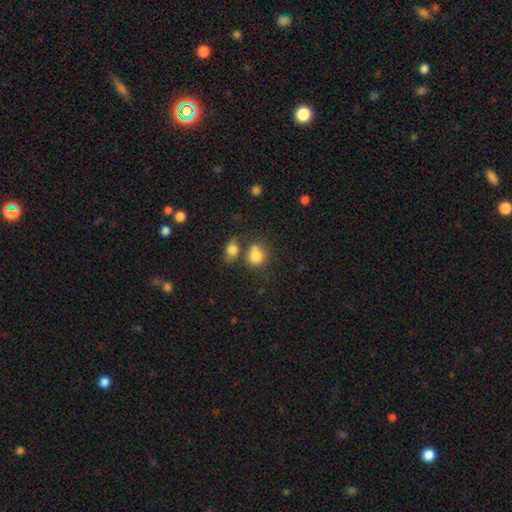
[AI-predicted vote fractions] smooth_or_featured: smooth (p=0.80) [alt: star or artifact p=0.10]
how_rounded: round (p=0.68) [alt: in between p=0.31]
merging: none (p=0.44) [alt: merger p=0.36]